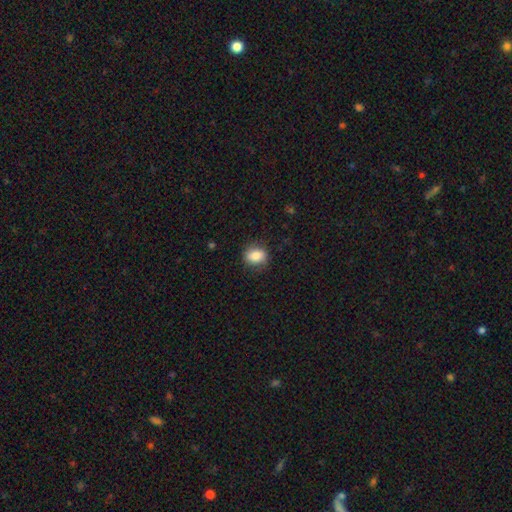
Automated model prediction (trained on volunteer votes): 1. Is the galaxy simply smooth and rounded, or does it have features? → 82% smooth, 9% featured or disk, 8% star or artifact.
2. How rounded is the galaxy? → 50% round, 49% in between, 1% cigar-shaped.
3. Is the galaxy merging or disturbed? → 82% none, 13% minor disturbance, 4% major disturbance, 1% merger.